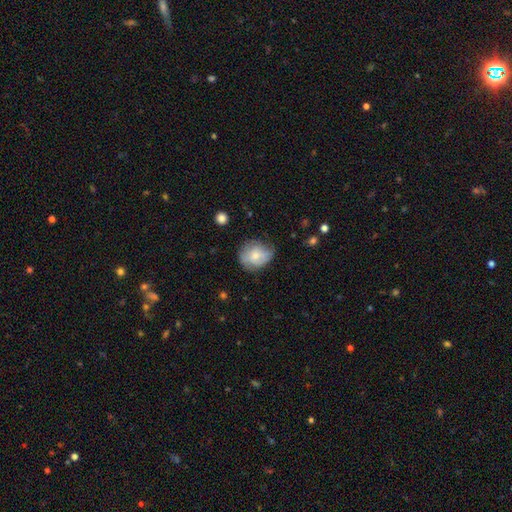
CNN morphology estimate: Q: Smooth or featured?
A: smooth (60%); runner-up: featured or disk (33%)
Q: How rounded?
A: round (68%); runner-up: in between (31%)
Q: Merging?
A: none (57%); runner-up: minor disturbance (32%)